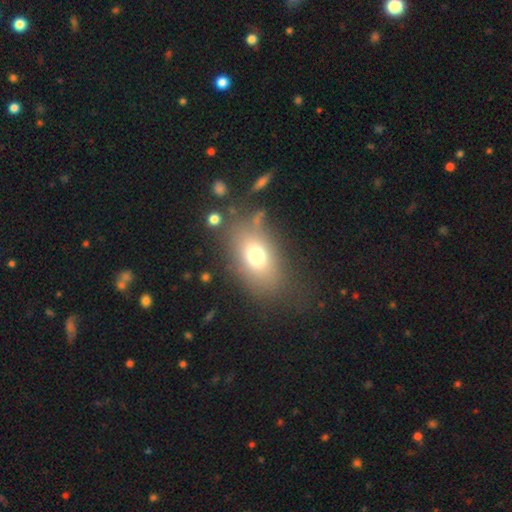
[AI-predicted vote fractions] Overall: smooth (70%). How rounded: in between (78%). Merging: none (73%).